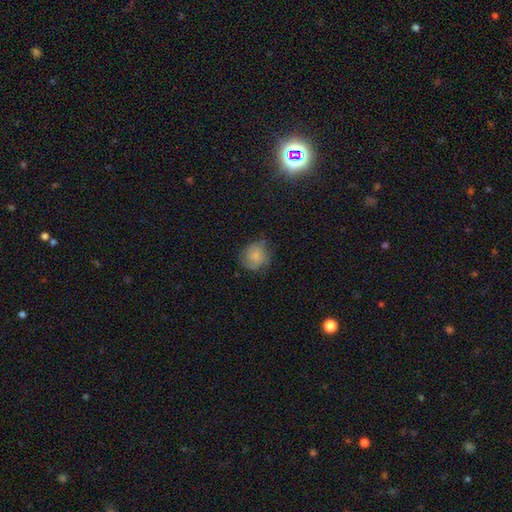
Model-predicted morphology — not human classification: Smooth or featured: smooth — 76% (featured or disk — 16%)
How rounded: round — 85% (in between — 14%)
Merging: none — 65% (minor disturbance — 25%)